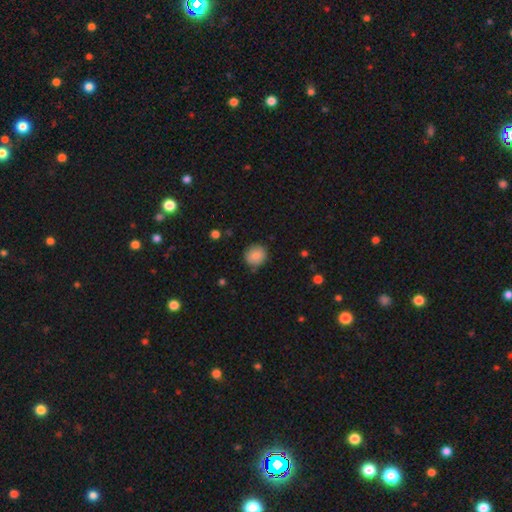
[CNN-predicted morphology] Q: Smooth or featured?
A: smooth (87%); runner-up: star or artifact (8%)
Q: How rounded?
A: round (84%); runner-up: in between (15%)
Q: Merging?
A: none (84%); runner-up: minor disturbance (12%)